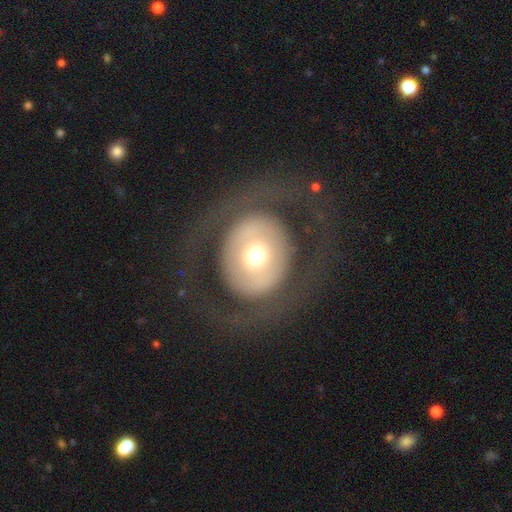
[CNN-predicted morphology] Overall: featured or disk (50%; smooth 42%). Merging: none (70%).